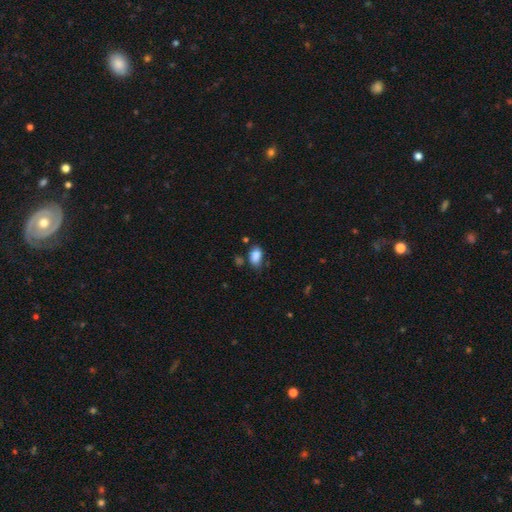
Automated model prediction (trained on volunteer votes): This appears to be a smooth galaxy with no disk features (86%) that is in between round and cigar-shaped (88%). Merging: none (66%).